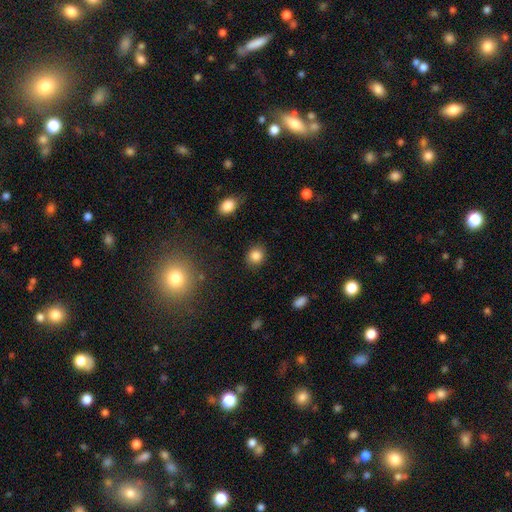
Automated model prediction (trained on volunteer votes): Smooth or featured: smooth — 85% (star or artifact — 10%)
How rounded: round — 76% (in between — 23%)
Merging: none — 86% (minor disturbance — 9%)